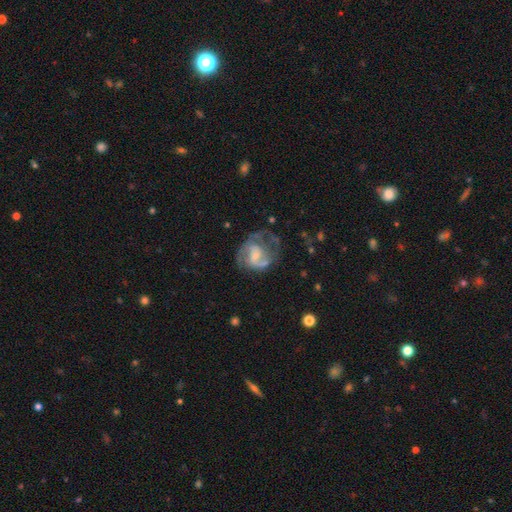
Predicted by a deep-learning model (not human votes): smooth-or-featured: featured or disk: 76% | smooth: 17% | star or artifact: 7%
  disk-edge-on: no: 98% | yes: 2%
    bar: no: 48% | weak: 42% | strong: 10%
    has-spiral-arms: yes: 83% | no: 17%
      spiral-winding: medium: 48% | tight: 27% | loose: 26%
      spiral-arm-count: 2: 55% | can't tell: 21% | 1: 10% | 3: 9% | 4: 3% | more than 4: 2%
    bulge-size: small: 53% | moderate: 29% | none: 12% | large: 5% | dominant: 1%
  merging: none: 43% | major disturbance: 32% | minor disturbance: 22% | merger: 4%